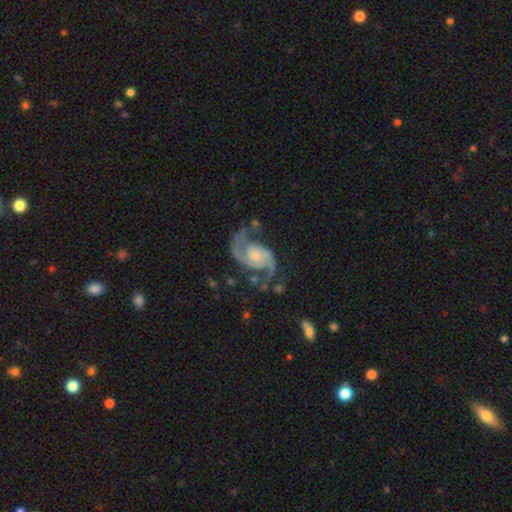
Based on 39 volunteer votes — featured or disk 87%, star or artifact 10%, smooth 3%. Down the decision tree: edge-on disk — no (100%); bar — no (62%); spiral arms — yes (100%); spiral arm count — 2 (100%); spiral winding — medium (50%); bulge size — moderate (62%); merging — none (57%).